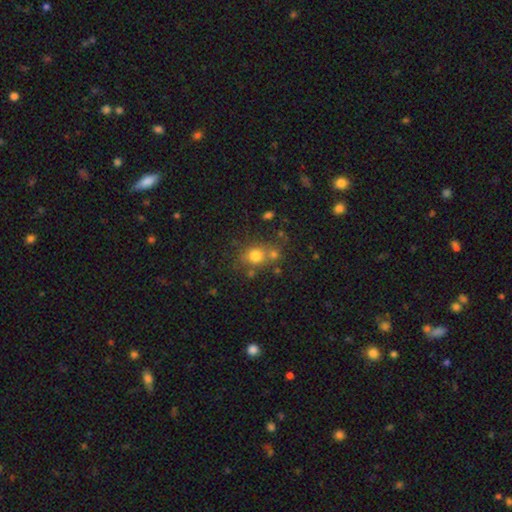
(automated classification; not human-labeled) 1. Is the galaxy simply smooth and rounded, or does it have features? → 74% smooth, 14% star or artifact, 11% featured or disk.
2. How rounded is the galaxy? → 70% round, 29% in between, 1% cigar-shaped.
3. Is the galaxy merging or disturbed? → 59% none, 22% merger, 13% minor disturbance, 6% major disturbance.